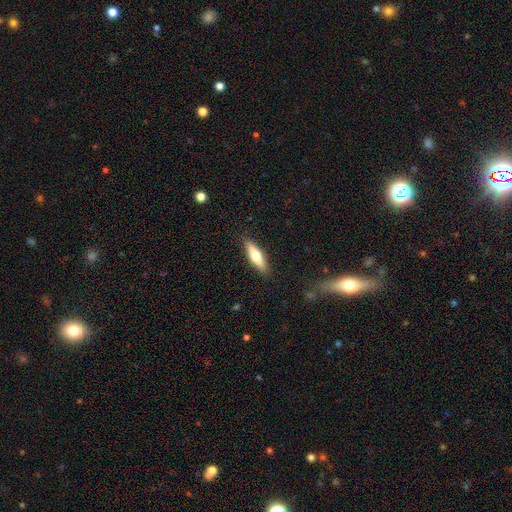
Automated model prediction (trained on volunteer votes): smooth-or-featured: smooth: 53% | featured or disk: 41% | star or artifact: 6%
  how-rounded: cigar-shaped: 64% | in between: 34% | round: 2%
  merging: none: 89% | minor disturbance: 8% | major disturbance: 2% | merger: 1%